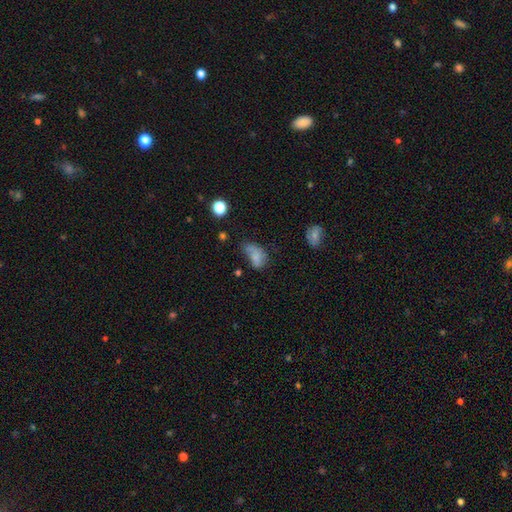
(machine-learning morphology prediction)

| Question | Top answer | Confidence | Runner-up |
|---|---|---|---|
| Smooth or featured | smooth | 71% | featured or disk (16%) |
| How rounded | in between | 87% | round (10%) |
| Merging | minor disturbance | 32% | major disturbance (29%) |